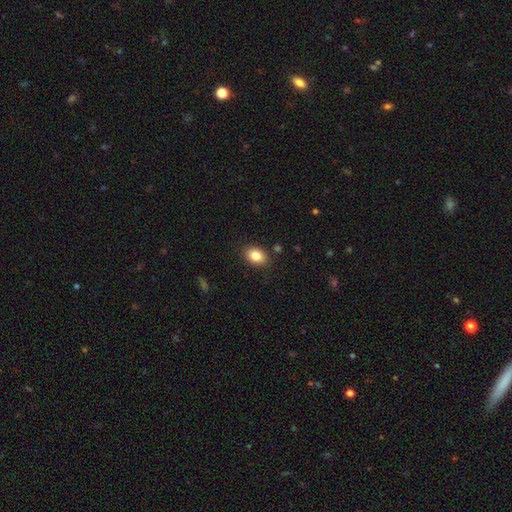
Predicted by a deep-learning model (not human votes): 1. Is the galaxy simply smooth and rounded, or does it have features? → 85% smooth, 8% star or artifact, 7% featured or disk.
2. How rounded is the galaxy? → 78% in between, 21% round, 1% cigar-shaped.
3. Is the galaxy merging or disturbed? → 87% none, 9% minor disturbance, 2% major disturbance, 2% merger.